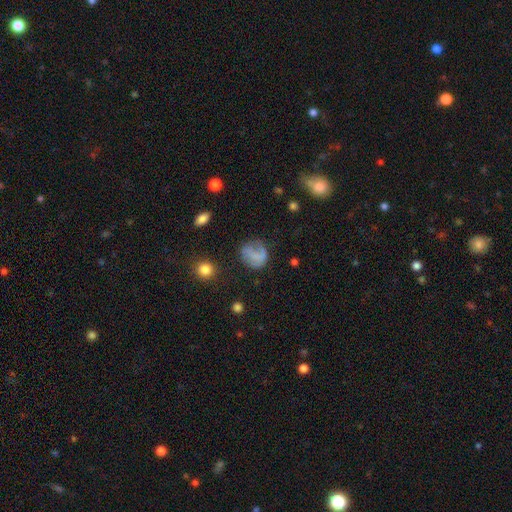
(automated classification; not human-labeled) A smooth galaxy with no disk features (59%) that is round (68%).

Vote fractions:
- Smooth or featured? smooth: 59% / featured or disk: 28% / star or artifact: 13%
- How rounded? round: 68% / in between: 30% / cigar-shaped: 1%
- Merging? none: 50% / minor disturbance: 24% / major disturbance: 23% / merger: 3%